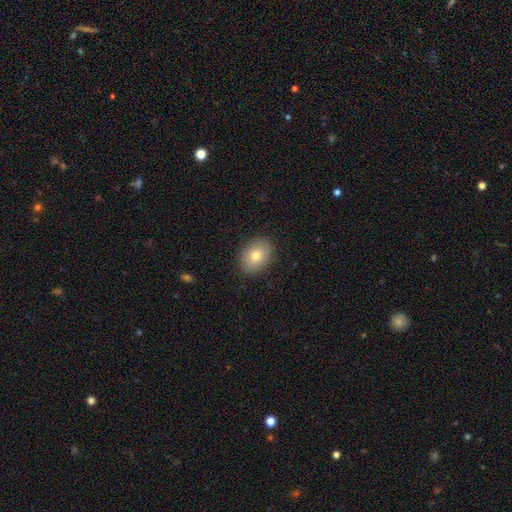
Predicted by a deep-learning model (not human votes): This appears to be a smooth galaxy with no disk features (77%) that is in between round and cigar-shaped (71%). Merging: none (89%).